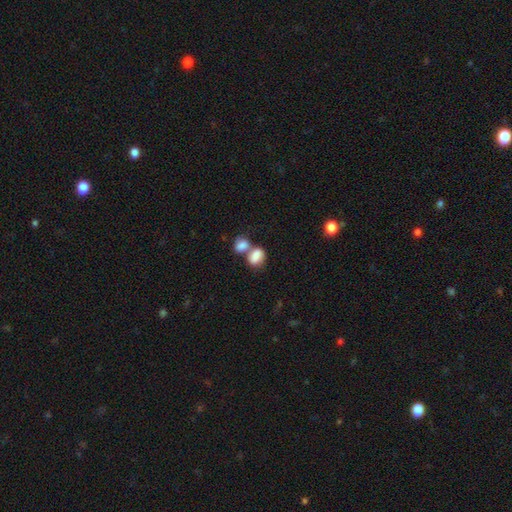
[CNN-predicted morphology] Q: Smooth or featured?
A: smooth (82%); runner-up: featured or disk (10%)
Q: How rounded?
A: in between (77%); runner-up: round (21%)
Q: Merging?
A: merger (64%); runner-up: none (23%)